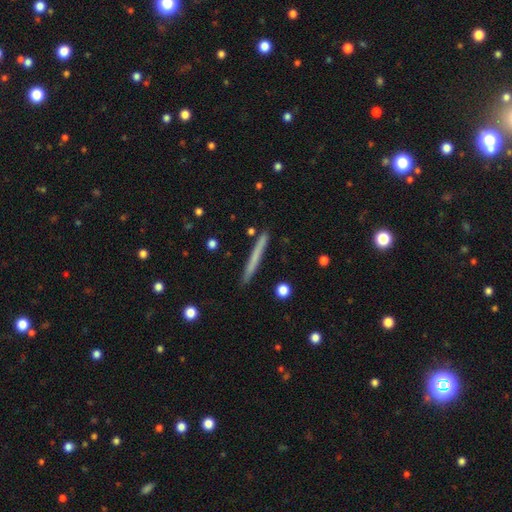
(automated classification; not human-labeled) Smooth or featured? Predicted: smooth (p=0.59). How rounded? Predicted: cigar-shaped (p=0.97). Merging? Predicted: none (p=0.90).